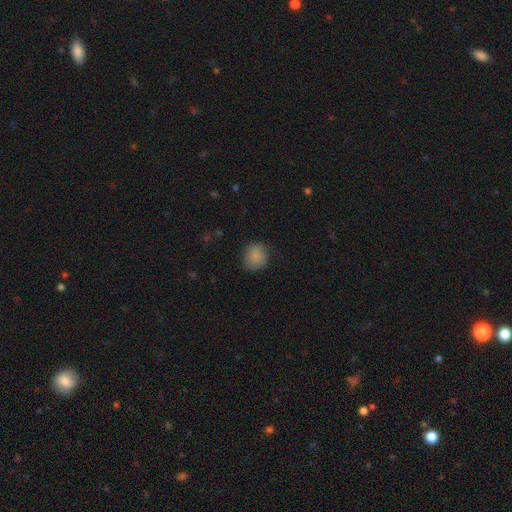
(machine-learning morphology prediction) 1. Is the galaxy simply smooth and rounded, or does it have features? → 85% smooth, 9% star or artifact, 6% featured or disk.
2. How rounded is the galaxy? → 74% round, 25% in between, 1% cigar-shaped.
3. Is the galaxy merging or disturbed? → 72% none, 21% minor disturbance, 6% major disturbance, 1% merger.